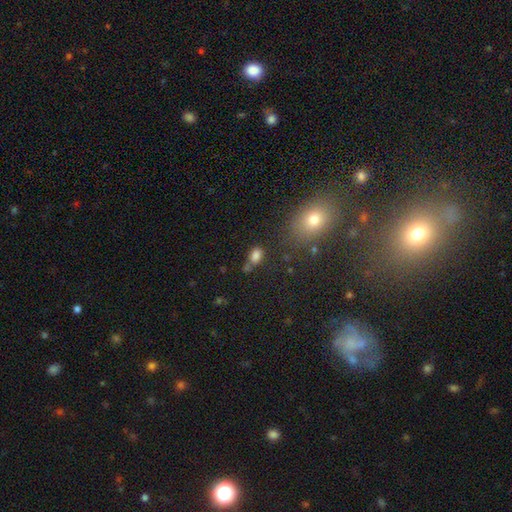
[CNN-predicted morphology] type=smooth (80%); roundness=in between (79%); merging=none (51%).